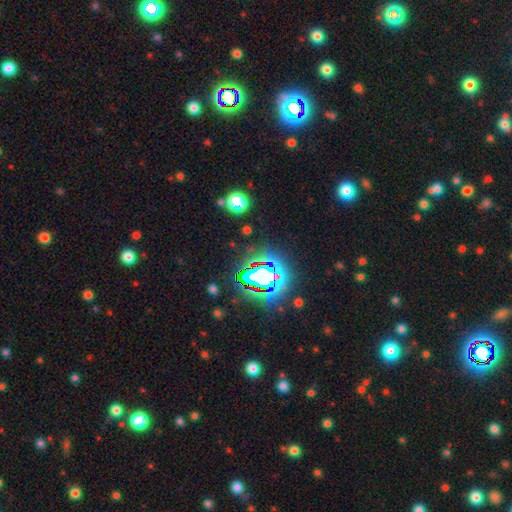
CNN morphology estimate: Overall: star or artifact (80%).